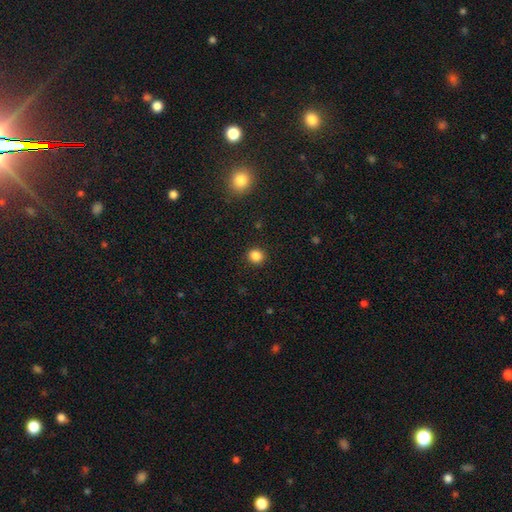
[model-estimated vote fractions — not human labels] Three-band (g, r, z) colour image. It shows a smooth galaxy with no disk features (85%) that is round (88%). Merging: none (92%).